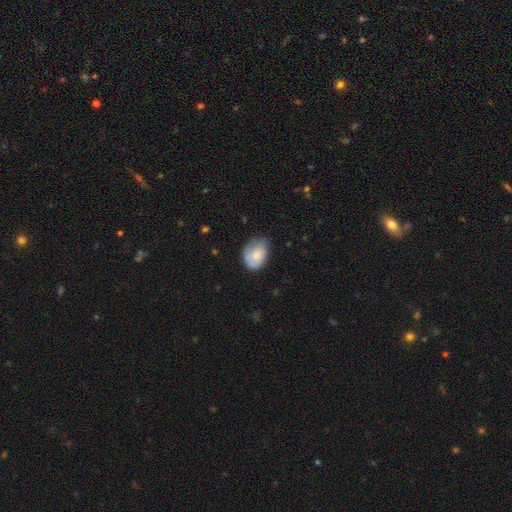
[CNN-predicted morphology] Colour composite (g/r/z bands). It shows a smooth galaxy with no disk features (69%) that is in between round and cigar-shaped (74%). Merging: none (50%).